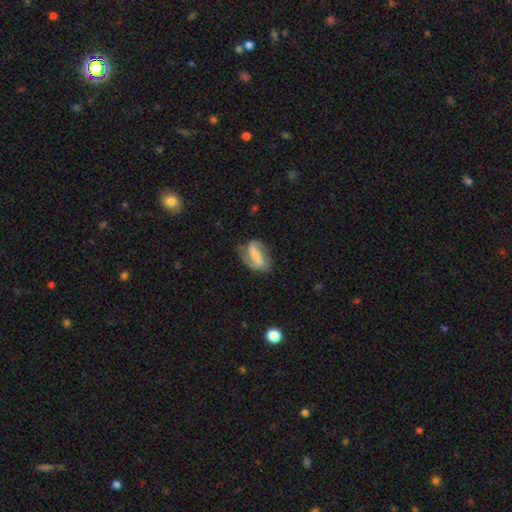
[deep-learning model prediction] Smooth or featured? featured or disk (67%)
Edge-on disk? no (96%)
Bar? strong (52%)
Spiral arms? yes (87%)
Spiral winding? medium (40%)
Spiral arm count? 2 (80%)
Bulge size? small (39%)
Merging? none (59%)